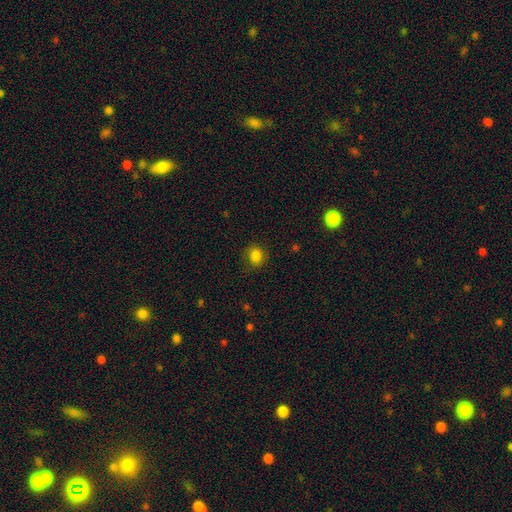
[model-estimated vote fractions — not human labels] Q: Smooth or featured?
A: smooth (82%); runner-up: star or artifact (12%)
Q: How rounded?
A: round (74%); runner-up: in between (25%)
Q: Merging?
A: none (80%); runner-up: minor disturbance (14%)